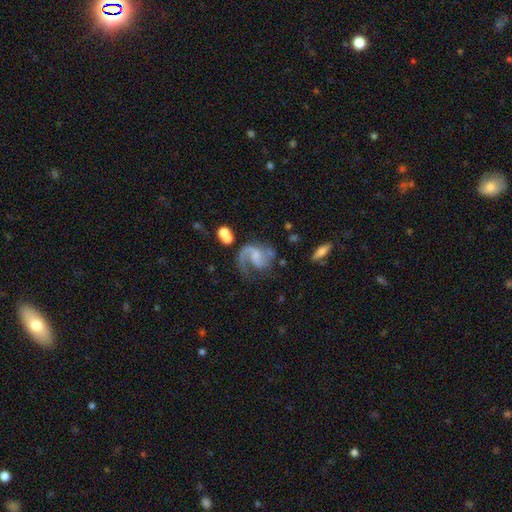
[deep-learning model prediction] featured or disk 85%, smooth 9%, star or artifact 6%. Down the decision tree: edge-on disk — no (98%); bar — no (51%); spiral arms — yes (96%); spiral arm count — 2 (62%); spiral winding — medium (49%); bulge size — small (36%); merging — none (49%).